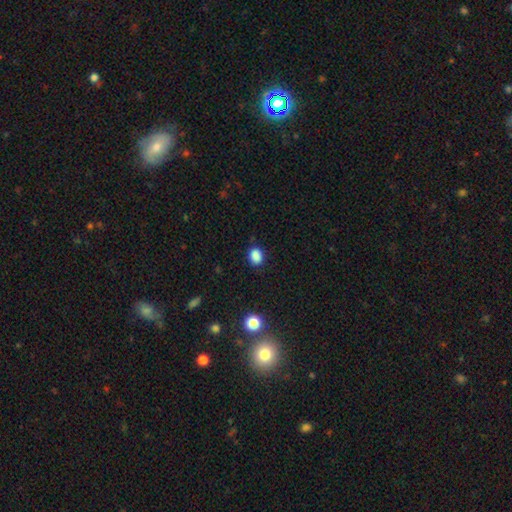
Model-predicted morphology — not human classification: Q: Smooth or featured?
A: smooth (86%); runner-up: star or artifact (11%)
Q: How rounded?
A: round (50%); runner-up: in between (49%)
Q: Merging?
A: none (83%); runner-up: minor disturbance (13%)